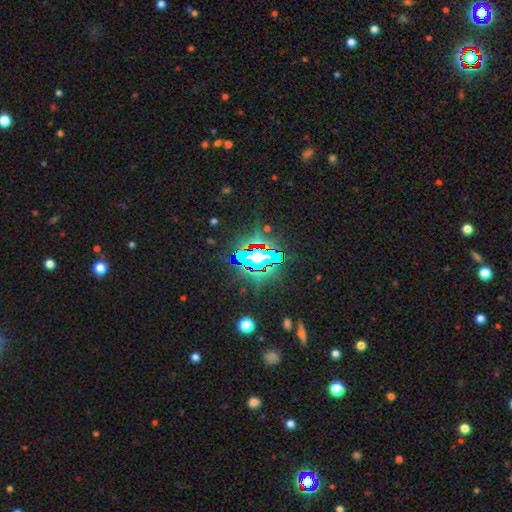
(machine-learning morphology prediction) This is clearly a star or artifact rather than a galaxy (82%).